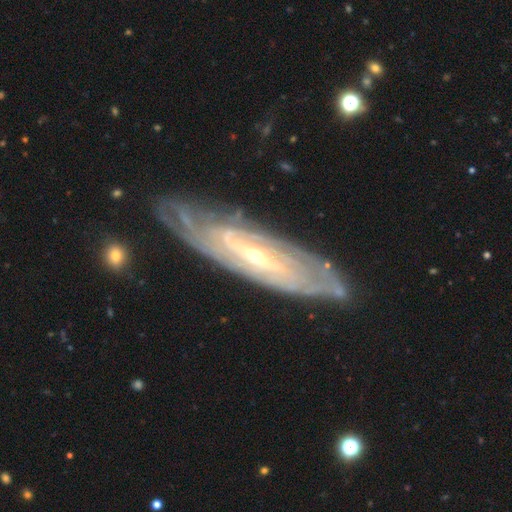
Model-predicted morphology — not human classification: This appears to be a featured or disk galaxy (86%) with a weak bar (37%), tight (73%) spiral arms (91%) and a small central bulge (73%). Merging: none (78%).